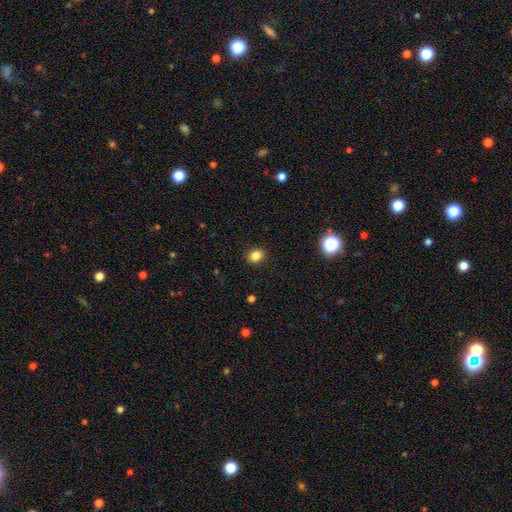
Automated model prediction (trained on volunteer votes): Smooth or featured? Predicted: smooth (p=0.84). How rounded? Predicted: in between (p=0.50). Merging? Predicted: none (p=0.90).